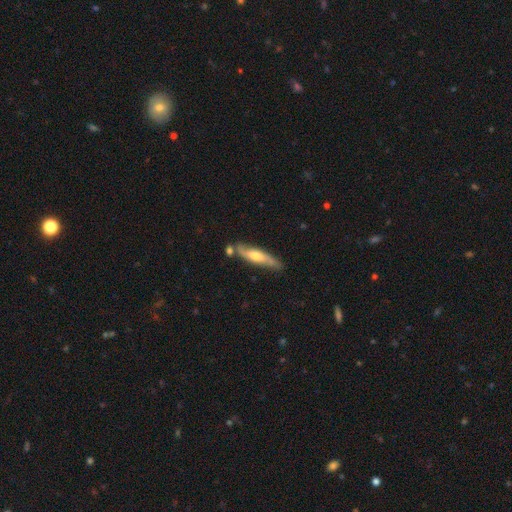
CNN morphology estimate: Smooth or featured? Predicted: featured or disk (p=0.55). Edge-on disk? Predicted: yes (p=0.67). Merging? Predicted: none (p=0.68).